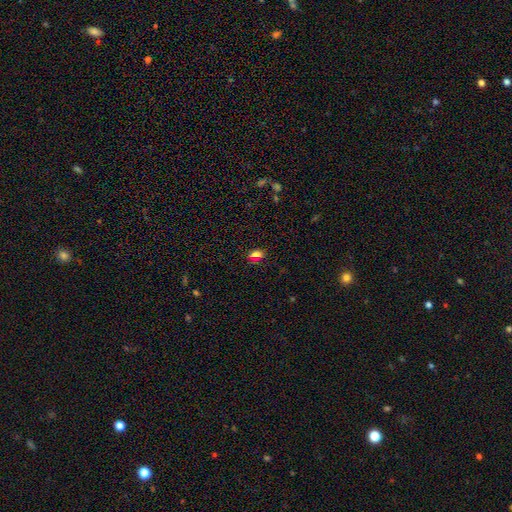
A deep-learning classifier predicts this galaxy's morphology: This appears to be a smooth galaxy with no disk features (70%) that is in between round and cigar-shaped (70%). Merging: none (86%).